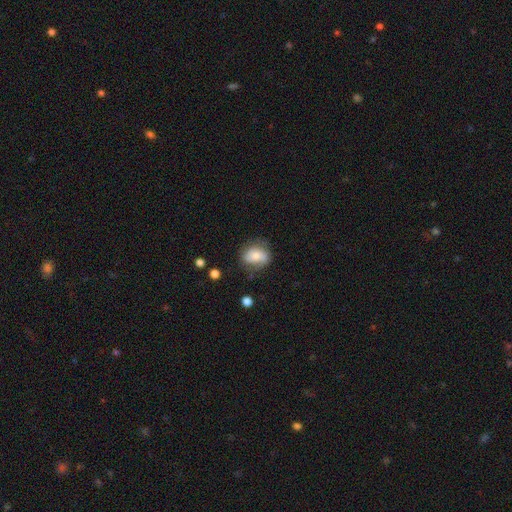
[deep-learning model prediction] This appears to be a smooth galaxy with no disk features (62%) that is in between round and cigar-shaped (56%). Merging: none (61%).